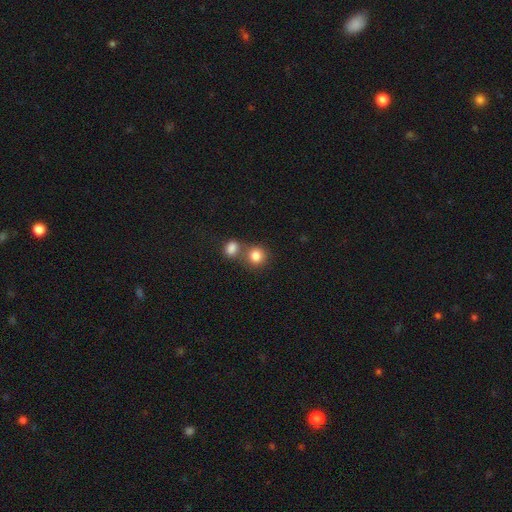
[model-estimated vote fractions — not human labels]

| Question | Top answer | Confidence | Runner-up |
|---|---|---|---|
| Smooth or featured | smooth | 84% | star or artifact (10%) |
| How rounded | round | 84% | in between (15%) |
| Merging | none | 52% | merger (36%) |